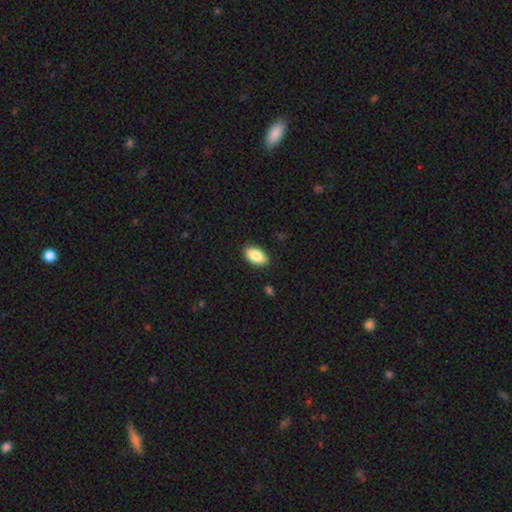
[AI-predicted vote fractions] smooth 85%, featured or disk 8%, star or artifact 7%. Down the decision tree: how rounded — in between (93%); merging — none (89%).